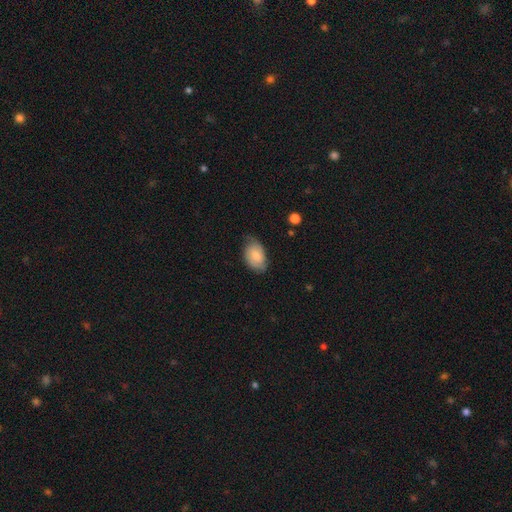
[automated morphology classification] Smooth or featured? smooth (66%)
How rounded? in between (88%)
Merging? none (65%)